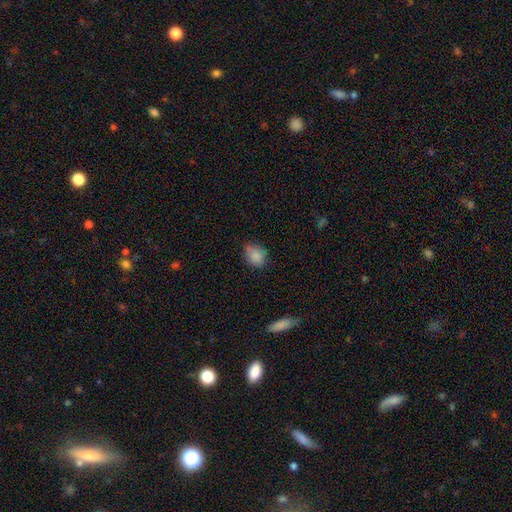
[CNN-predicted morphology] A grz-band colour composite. It shows a smooth galaxy with no disk features (86%) that is in between round and cigar-shaped (61%). Merging: none (69%).